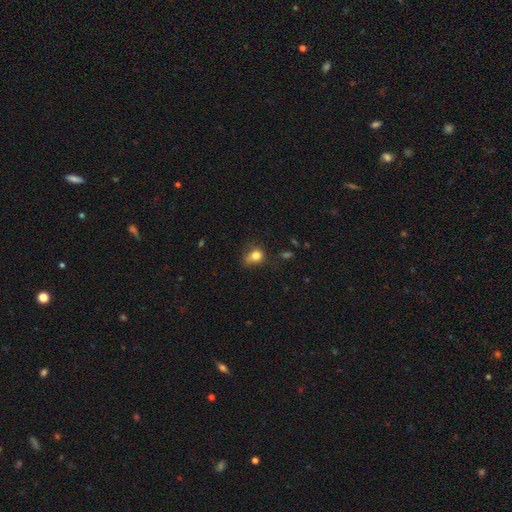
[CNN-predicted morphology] A smooth galaxy with no disk features (80%) that is round (53%). Merging: none (44%).